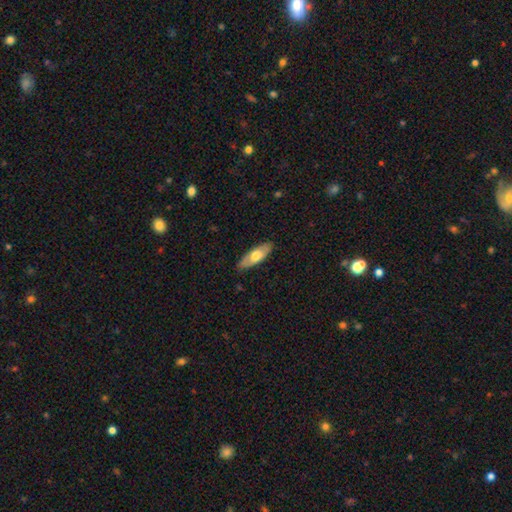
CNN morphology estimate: Smooth or featured? smooth (62%)
How rounded? in between (63%)
Merging? none (86%)